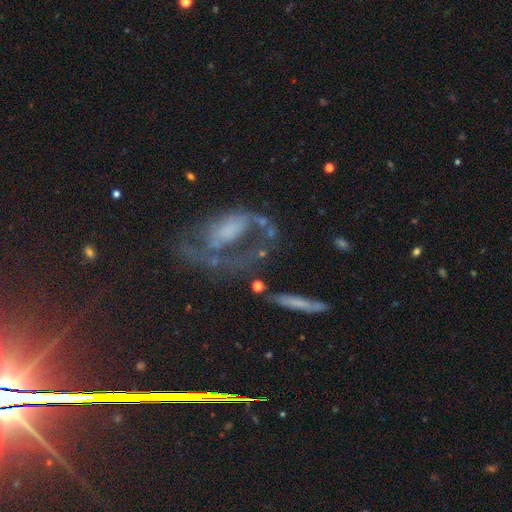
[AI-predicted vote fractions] smooth-or-featured: featured or disk: 66% | star or artifact: 18% | smooth: 16%
  disk-edge-on: no: 91% | yes: 9%
    bar: no: 65% | weak: 24% | strong: 11%
    has-spiral-arms: yes: 64% | no: 36%
    bulge-size: none: 35% | small: 26% | moderate: 25% | large: 10% | dominant: 3%
  merging: major disturbance: 38% | none: 36% | minor disturbance: 17% | merger: 9%